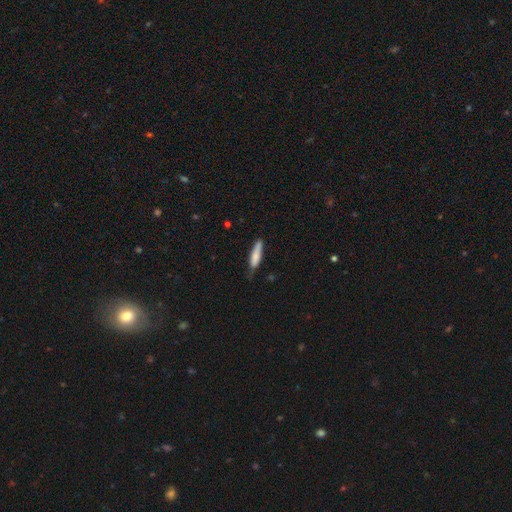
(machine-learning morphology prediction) type=smooth (78%); roundness=cigar-shaped (76%); merging=none (60%).